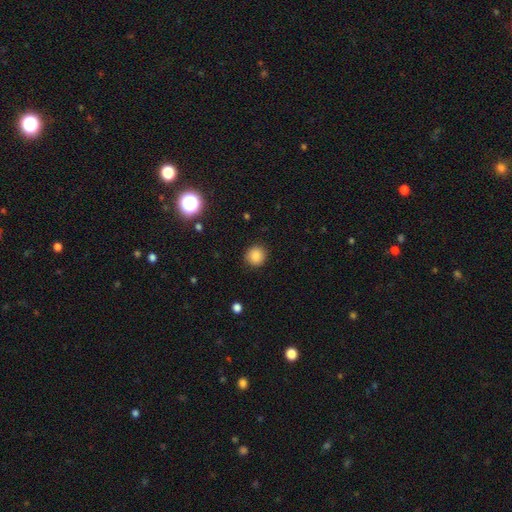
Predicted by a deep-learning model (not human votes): Overall: smooth (86%). How rounded: round (91%). Merging: none (90%).